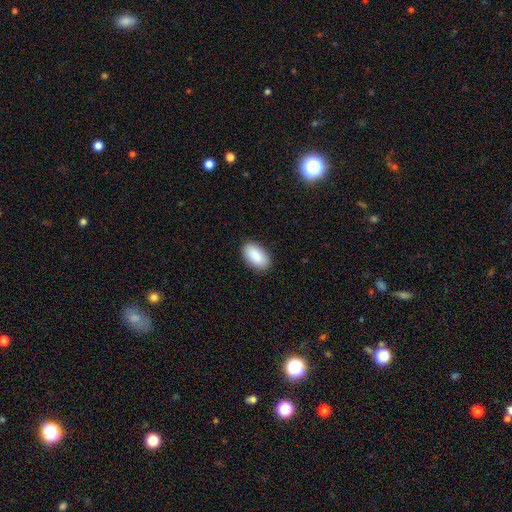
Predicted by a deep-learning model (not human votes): Smooth or featured: smooth — 90% (star or artifact — 6%)
How rounded: in between — 95% (round — 3%)
Merging: none — 89% (minor disturbance — 8%)